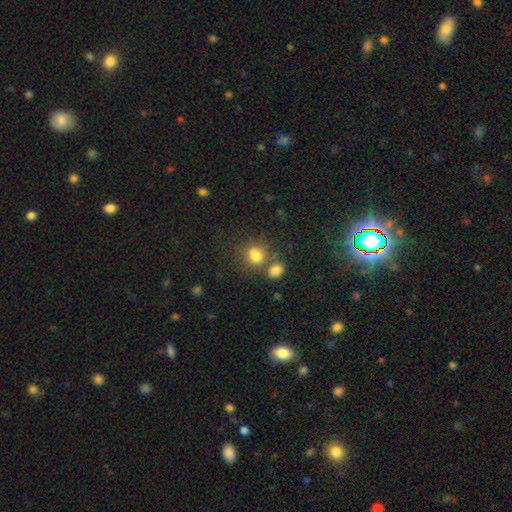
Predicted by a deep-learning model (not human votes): Smooth or featured?
  - smooth: 78% *
  - star or artifact: 13%
  - featured or disk: 9%
How rounded?
  - round: 57% *
  - in between: 42%
  - cigar-shaped: 1%
Merging?
  - none: 51% *
  - merger: 30%
  - minor disturbance: 13%
  - major disturbance: 6%